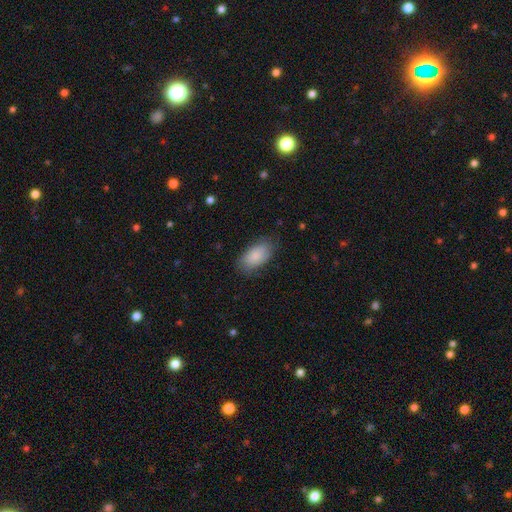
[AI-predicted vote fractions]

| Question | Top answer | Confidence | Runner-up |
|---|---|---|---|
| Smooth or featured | smooth | 86% | featured or disk (8%) |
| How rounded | in between | 93% | cigar-shaped (4%) |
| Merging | none | 76% | minor disturbance (18%) |